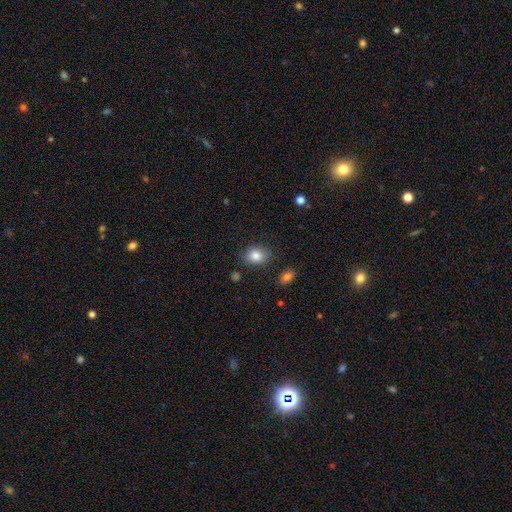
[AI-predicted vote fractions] This appears to be a smooth galaxy with no disk features (84%) that is in between round and cigar-shaped (51%). Merging: none (82%).